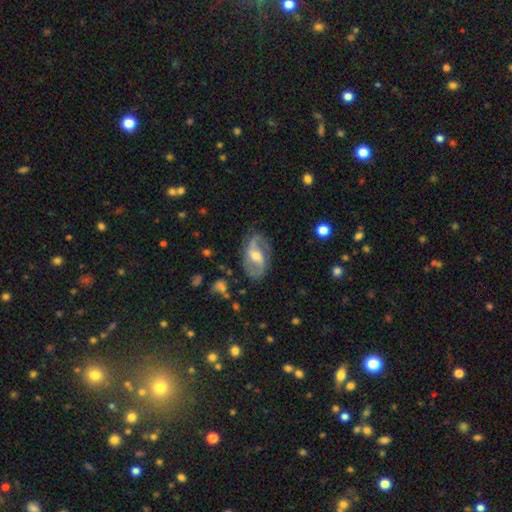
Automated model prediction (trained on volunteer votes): Overall: featured or disk (81%). Edge-on disk: no (96%). Bar: weak (46%; no 28%). Spiral arms: yes (92%). Spiral arm count: 2 (86%). Spiral winding: loose (45%; medium 40%). Bulge size: moderate (64%; small 29%). Merging: none (74%).